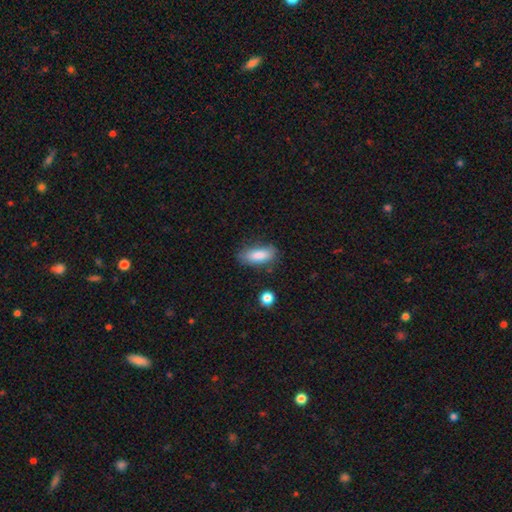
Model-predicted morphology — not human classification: Smooth or featured: smooth — 84% (featured or disk — 9%)
How rounded: in between — 79% (cigar-shaped — 18%)
Merging: none — 75% (minor disturbance — 18%)